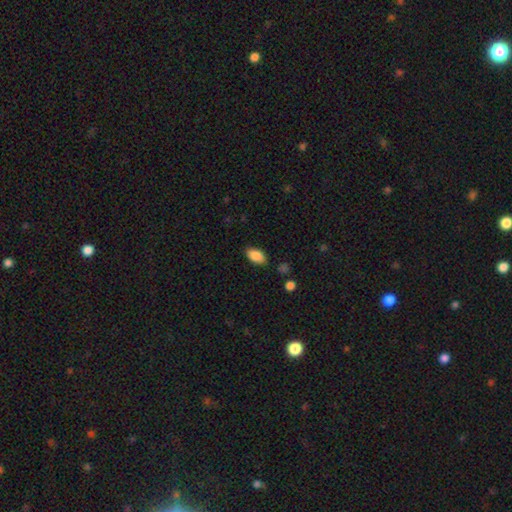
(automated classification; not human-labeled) Smooth or featured? Predicted: smooth (p=0.87). How rounded? Predicted: in between (p=0.93). Merging? Predicted: none (p=0.83).